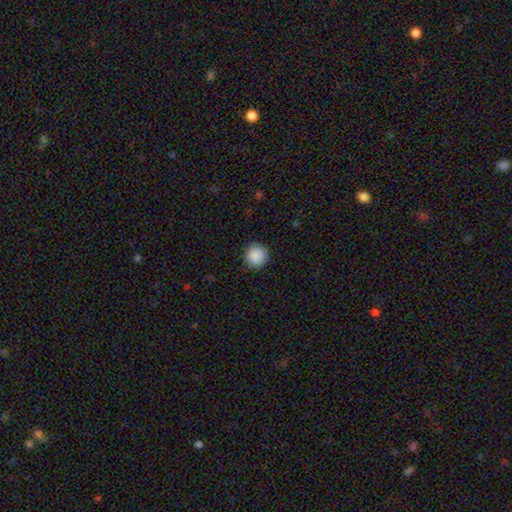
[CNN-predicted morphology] Smooth or featured? smooth (89%)
How rounded? round (94%)
Merging? none (90%)